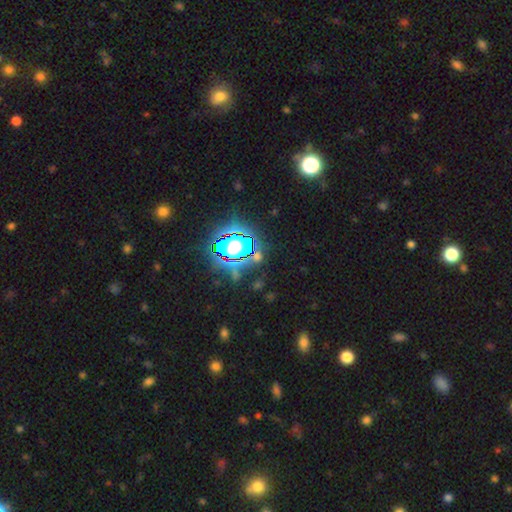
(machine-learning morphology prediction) Overall: star or artifact (67%).